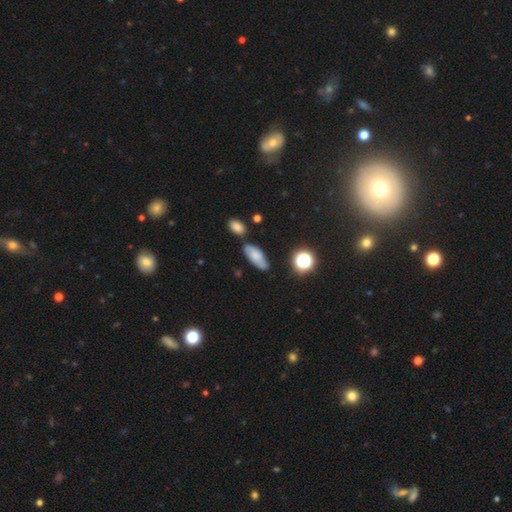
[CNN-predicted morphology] A smooth galaxy with no disk features (67%) that is in between round and cigar-shaped (78%). Merging: none (65%).